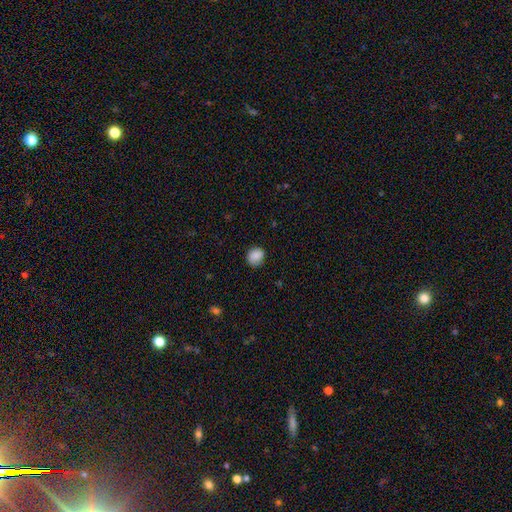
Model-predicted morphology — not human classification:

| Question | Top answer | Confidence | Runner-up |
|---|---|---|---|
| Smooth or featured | smooth | 83% | featured or disk (9%) |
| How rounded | round | 75% | in between (24%) |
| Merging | none | 80% | minor disturbance (16%) |